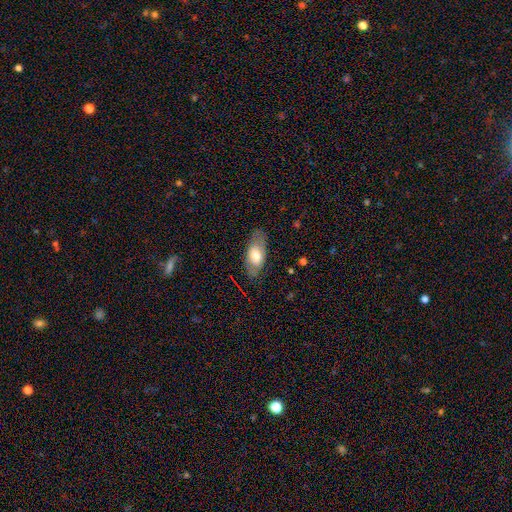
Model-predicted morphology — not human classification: A smooth galaxy with no disk features (61%) that is in between round and cigar-shaped (88%). Merging: none (78%).